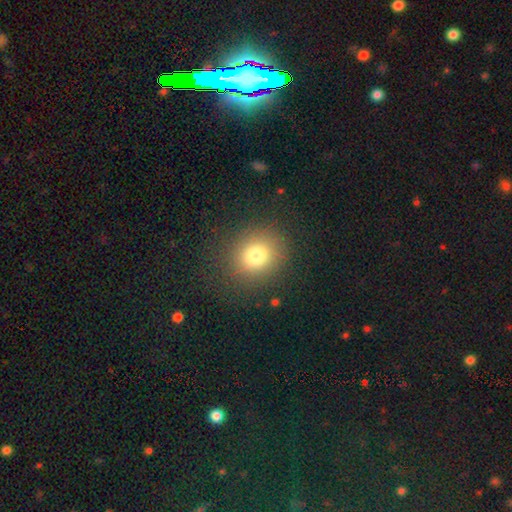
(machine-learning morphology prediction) A smooth galaxy with no disk features (77%) that is round (83%). Merging: none (87%).